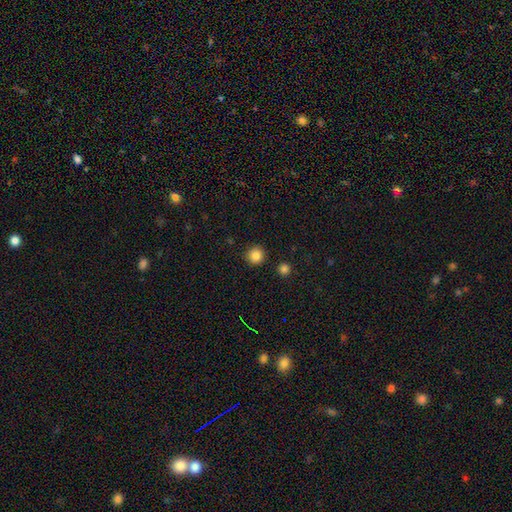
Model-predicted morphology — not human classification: A smooth galaxy with no disk features (85%) that is round (94%). Merging: none (90%).